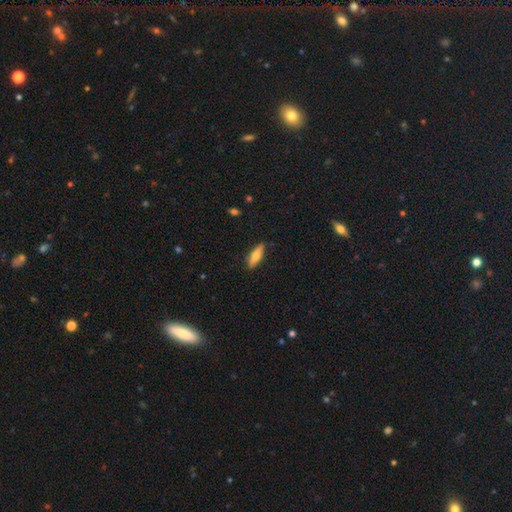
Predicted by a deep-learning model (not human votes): Smooth or featured: smooth — 61% (featured or disk — 33%)
How rounded: cigar-shaped — 62% (in between — 36%)
Merging: none — 86% (minor disturbance — 11%)